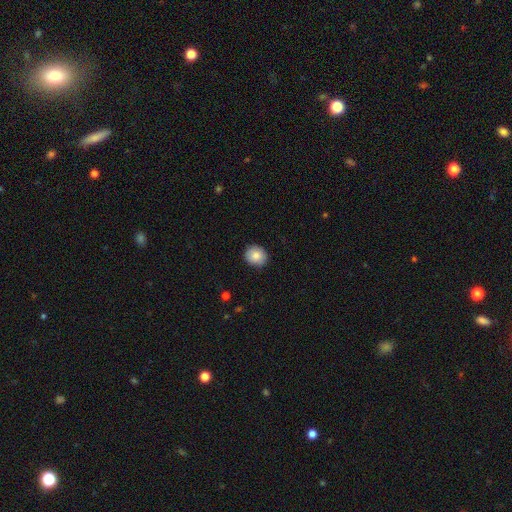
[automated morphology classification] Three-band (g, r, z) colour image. It shows a smooth galaxy with no disk features (83%) that is round (83%). Merging: none (87%).